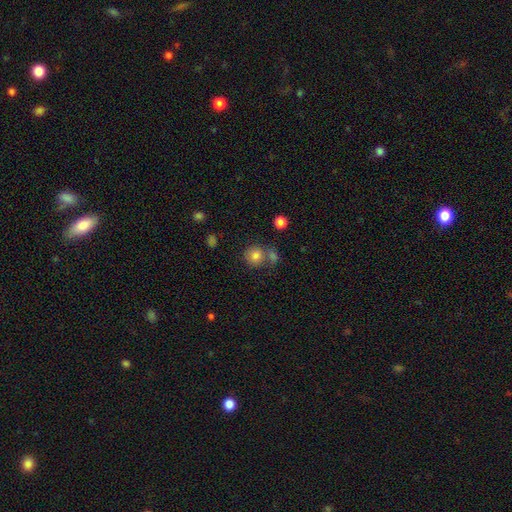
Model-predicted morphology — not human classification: Smooth or featured: smooth — 80% (star or artifact — 11%)
How rounded: round — 88% (in between — 12%)
Merging: none — 60% (merger — 26%)